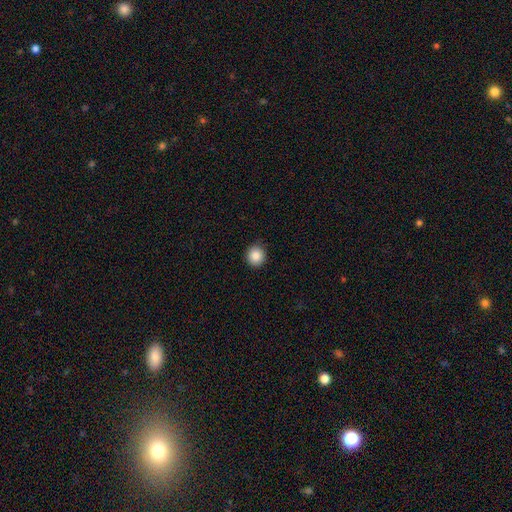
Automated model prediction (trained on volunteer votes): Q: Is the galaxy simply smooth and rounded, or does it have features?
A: smooth — 85%.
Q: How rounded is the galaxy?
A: round — 92%.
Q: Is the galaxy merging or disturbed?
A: none — 89%.